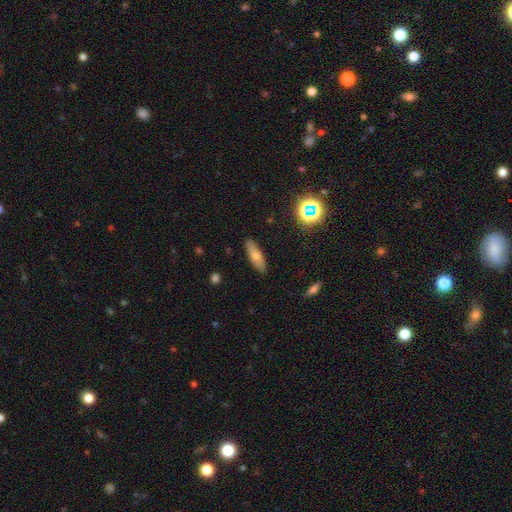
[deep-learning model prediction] Smooth or featured? Predicted: smooth (p=0.67). How rounded? Predicted: cigar-shaped (p=0.54). Merging? Predicted: none (p=0.88).